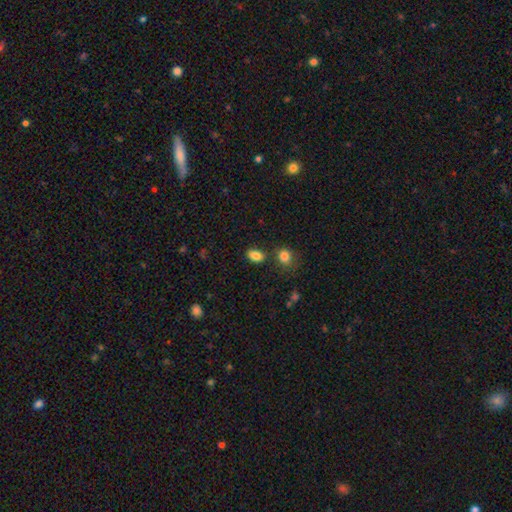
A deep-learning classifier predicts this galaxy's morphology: Smooth or featured: smooth — 85% (star or artifact — 10%)
How rounded: in between — 84% (round — 15%)
Merging: none — 77% (minor disturbance — 11%)